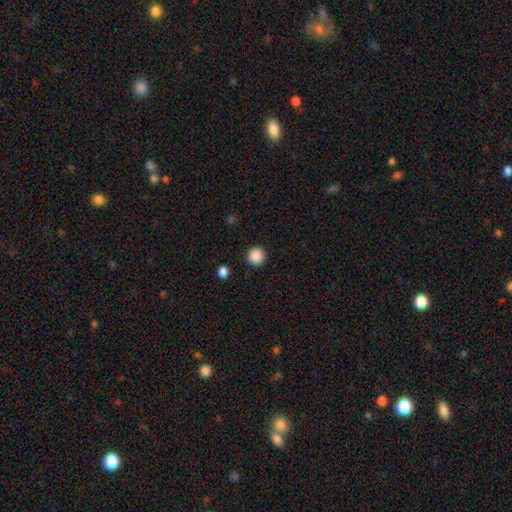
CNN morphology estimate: Smooth or featured? Predicted: smooth (p=0.88). How rounded? Predicted: round (p=0.96). Merging? Predicted: none (p=0.92).